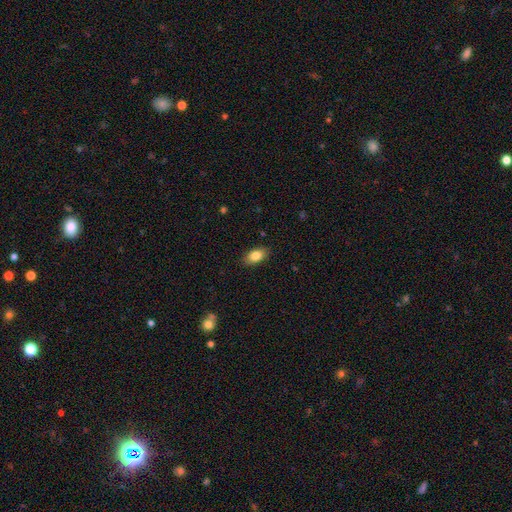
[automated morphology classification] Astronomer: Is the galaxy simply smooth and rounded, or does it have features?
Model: smooth — 84%.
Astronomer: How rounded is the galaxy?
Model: in between — 90%.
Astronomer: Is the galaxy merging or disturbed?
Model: none — 87%.